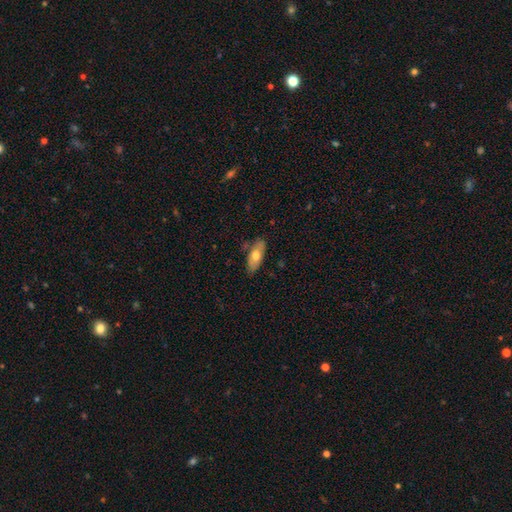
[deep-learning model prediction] Smooth or featured? smooth (63%)
How rounded? in between (83%)
Merging? none (79%)